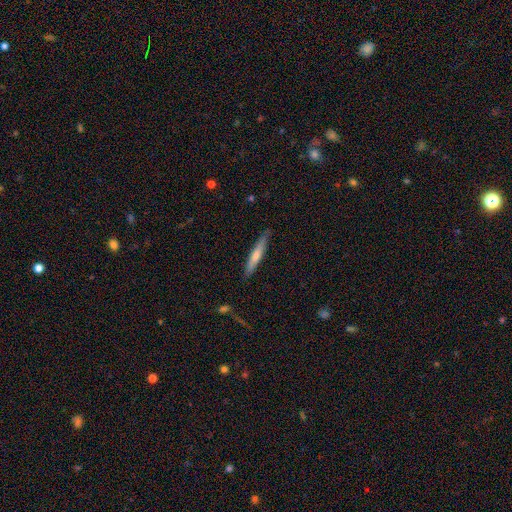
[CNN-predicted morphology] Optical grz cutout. It shows a featured or disk galaxy (54%) viewed edge-on (95%) with a rounded central bulge (69%). Merging: none (88%).